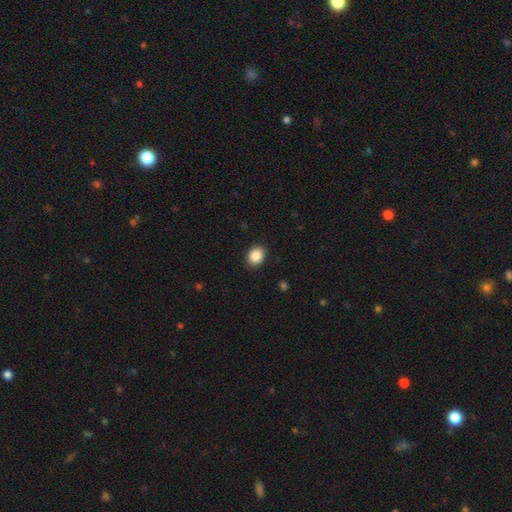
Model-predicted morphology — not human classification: type=smooth (88%); roundness=in between (55%); merging=none (90%).